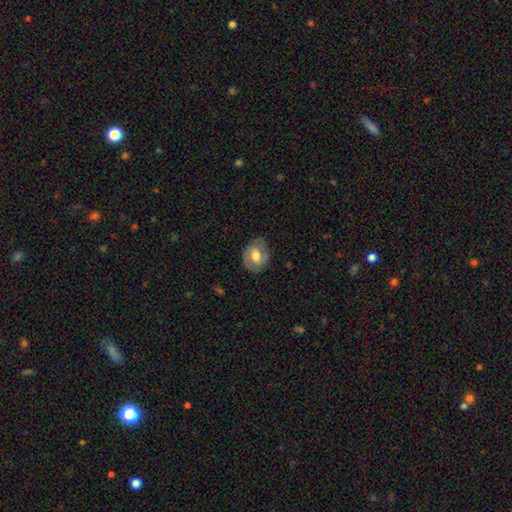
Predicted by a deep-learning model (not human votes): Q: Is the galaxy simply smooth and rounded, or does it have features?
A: smooth — 55%.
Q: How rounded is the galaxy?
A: in between — 54%.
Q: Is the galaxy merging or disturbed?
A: none — 76%.